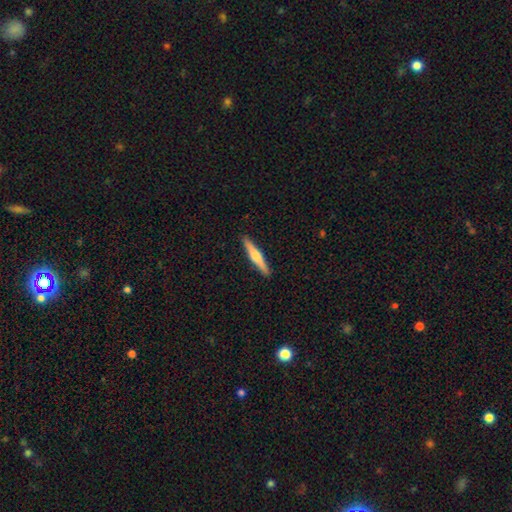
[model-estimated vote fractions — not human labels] Smooth or featured? Predicted: featured or disk (p=0.53). Edge-on disk? Predicted: yes (p=0.97). Edge-on bulge? Predicted: rounded (p=0.84). Merging? Predicted: none (p=0.92).